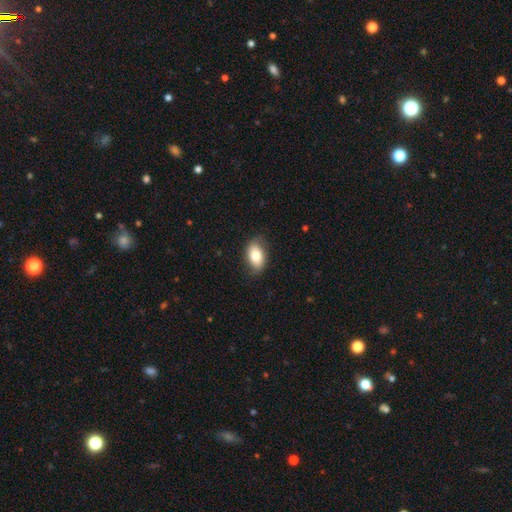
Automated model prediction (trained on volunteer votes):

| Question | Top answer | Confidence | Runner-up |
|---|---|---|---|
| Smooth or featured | smooth | 79% | featured or disk (14%) |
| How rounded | in between | 90% | round (8%) |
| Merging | none | 79% | minor disturbance (17%) |